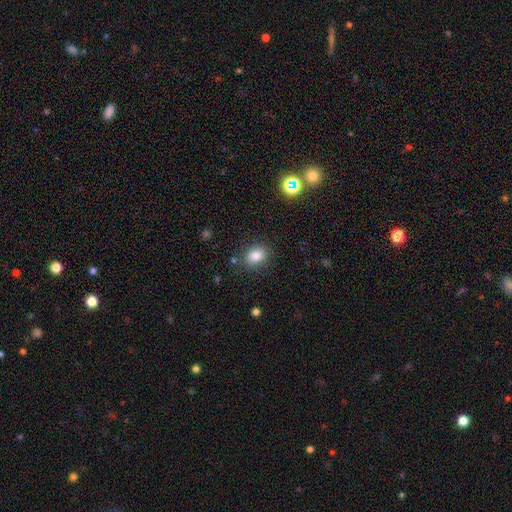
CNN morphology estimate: smooth_or_featured: smooth (p=0.82) [alt: star or artifact p=0.11]
how_rounded: in between (p=0.53) [alt: round p=0.46]
merging: none (p=0.85) [alt: minor disturbance p=0.10]